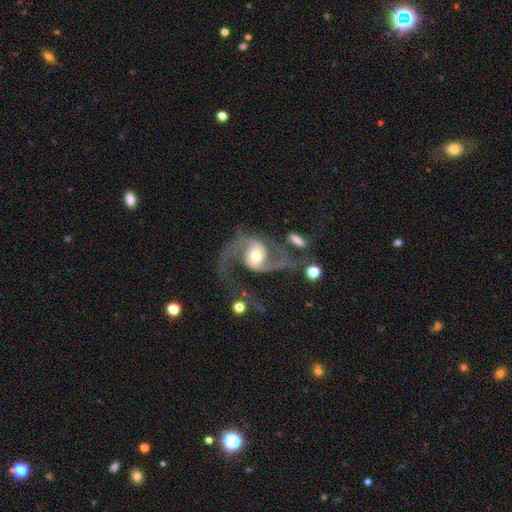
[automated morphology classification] smooth-or-featured: featured or disk: 90% | smooth: 6% | star or artifact: 4%
  disk-edge-on: no: 98% | yes: 2%
    bar: no: 55% | weak: 33% | strong: 13%
    has-spiral-arms: yes: 97% | no: 3%
      spiral-winding: loose: 48% | medium: 43% | tight: 9%
      spiral-arm-count: 2: 90% | 1: 4% | can't tell: 2% | 3: 1% | 4: 1% | more than 4: 1%
    bulge-size: moderate: 67% | small: 16% | large: 14% | dominant: 2% | none: 1%
  merging: none: 46% | major disturbance: 27% | minor disturbance: 16% | merger: 11%